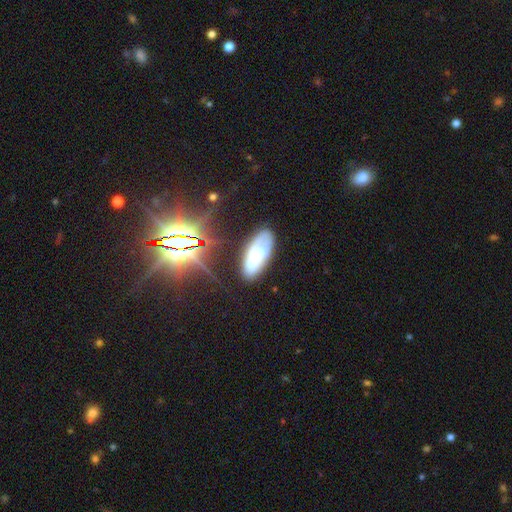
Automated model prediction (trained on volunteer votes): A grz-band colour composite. It shows a smooth galaxy with no disk features (48%). Merging: none (67%).